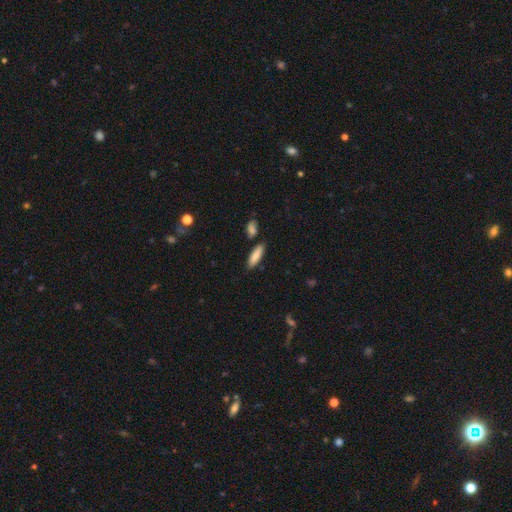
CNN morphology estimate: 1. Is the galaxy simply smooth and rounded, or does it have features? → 85% smooth, 9% featured or disk, 6% star or artifact.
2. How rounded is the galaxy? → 54% cigar-shaped, 44% in between, 2% round.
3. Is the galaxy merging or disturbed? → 81% none, 11% minor disturbance, 6% merger, 2% major disturbance.